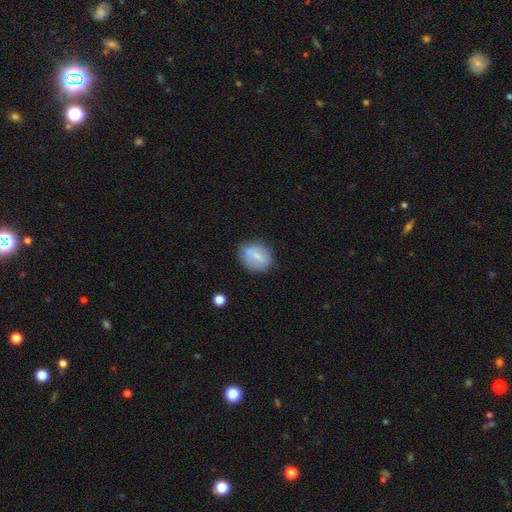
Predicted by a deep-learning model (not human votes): Smooth or featured? Predicted: smooth (p=0.63). How rounded? Predicted: in between (p=0.54). Merging? Predicted: none (p=0.71).